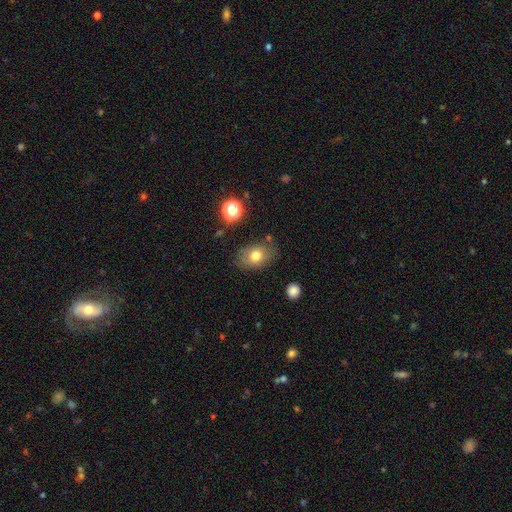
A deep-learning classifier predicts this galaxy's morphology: smooth-or-featured: smooth: 75% | featured or disk: 14% | star or artifact: 11%
  how-rounded: in between: 72% | round: 26% | cigar-shaped: 1%
  merging: none: 77% | minor disturbance: 16% | major disturbance: 5% | merger: 3%